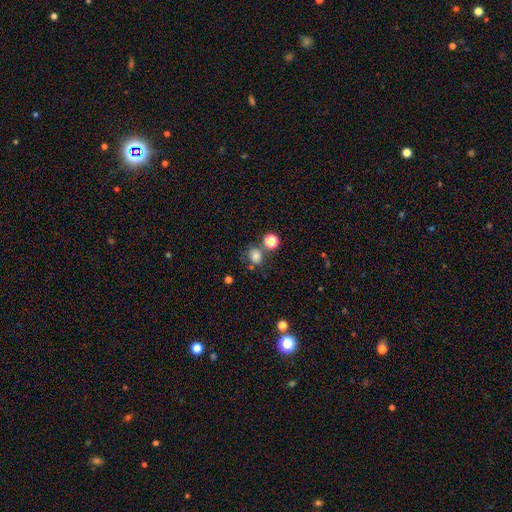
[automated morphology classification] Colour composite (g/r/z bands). It shows a smooth galaxy with no disk features (76%) that is round (72%). Merging: none (62%).